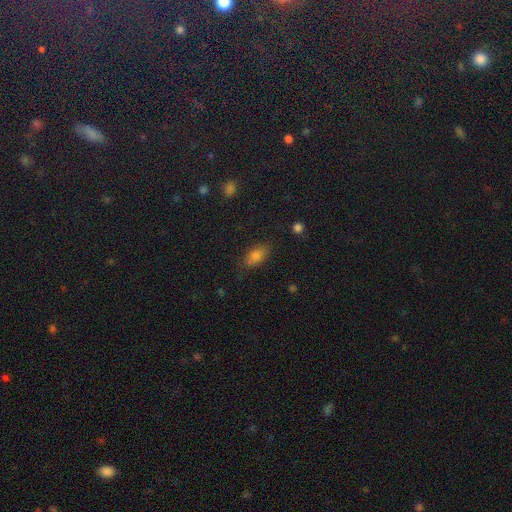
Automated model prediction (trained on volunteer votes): Smooth or featured? Predicted: smooth (p=0.77). How rounded? Predicted: in between (p=0.87). Merging? Predicted: none (p=0.80).